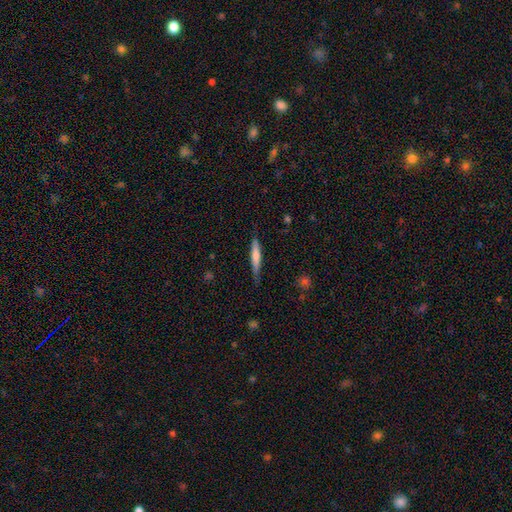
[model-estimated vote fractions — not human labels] Q: Smooth or featured?
A: smooth (62%); runner-up: featured or disk (33%)
Q: How rounded?
A: cigar-shaped (92%); runner-up: in between (7%)
Q: Merging?
A: none (75%); runner-up: minor disturbance (19%)